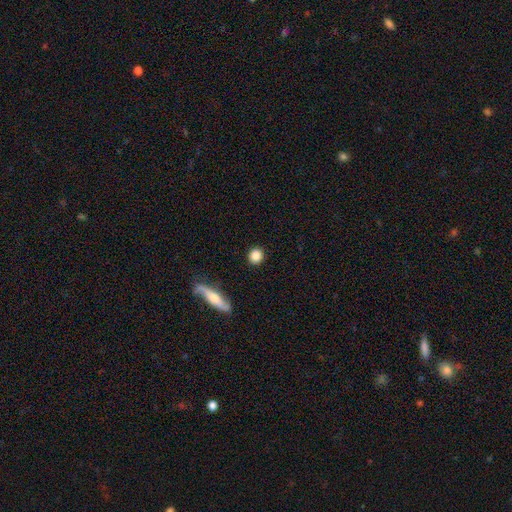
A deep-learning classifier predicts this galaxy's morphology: Smooth or featured?
  - smooth: 85% *
  - star or artifact: 8%
  - featured or disk: 7%
How rounded?
  - round: 87% *
  - in between: 10%
  - cigar-shaped: 2%
Merging?
  - none: 91% *
  - minor disturbance: 6%
  - major disturbance: 2%
  - merger: 2%